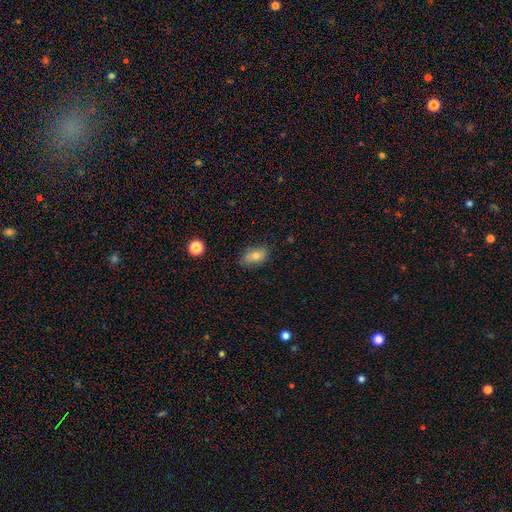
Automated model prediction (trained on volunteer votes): Smooth or featured? Predicted: smooth (p=0.69). How rounded? Predicted: in between (p=0.86). Merging? Predicted: none (p=0.77).